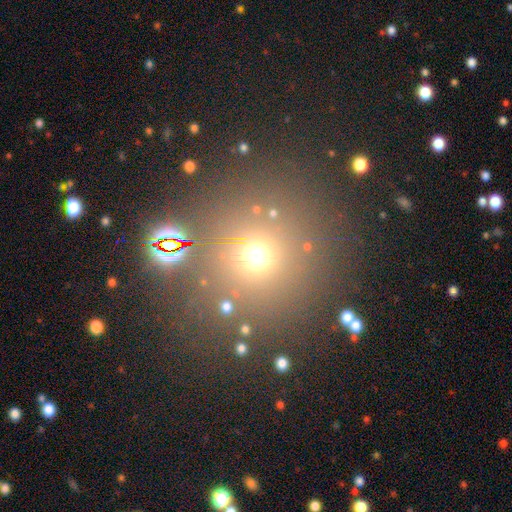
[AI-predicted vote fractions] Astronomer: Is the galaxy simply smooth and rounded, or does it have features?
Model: smooth — 60%.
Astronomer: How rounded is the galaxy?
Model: round — 91%.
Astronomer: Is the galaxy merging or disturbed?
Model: none — 78%.